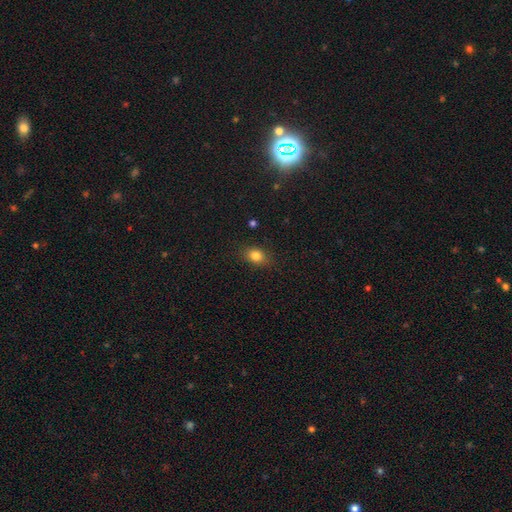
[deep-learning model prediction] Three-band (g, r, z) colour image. It shows a smooth galaxy with no disk features (82%) that is in between round and cigar-shaped (62%). Merging: none (84%).